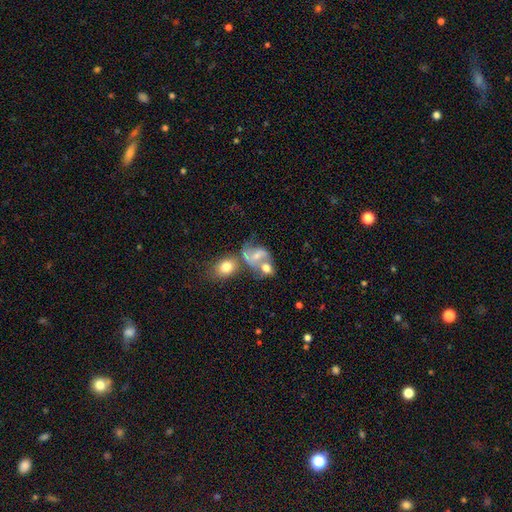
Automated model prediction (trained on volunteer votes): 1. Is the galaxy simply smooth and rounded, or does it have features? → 57% featured or disk, 32% smooth, 11% star or artifact.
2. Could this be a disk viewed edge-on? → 97% no, 3% yes.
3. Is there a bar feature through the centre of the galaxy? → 44% no, 37% weak, 19% strong.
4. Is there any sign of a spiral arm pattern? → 75% yes, 25% no.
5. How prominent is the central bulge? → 44% moderate, 41% small, 8% none, 5% large, 2% dominant.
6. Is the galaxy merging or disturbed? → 47% merger, 26% none, 14% minor disturbance, 13% major disturbance.